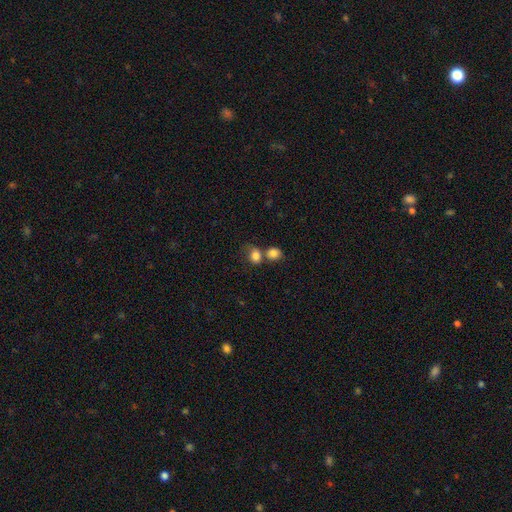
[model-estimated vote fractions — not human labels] Smooth or featured: smooth — 82% (star or artifact — 10%)
How rounded: round — 58% (in between — 41%)
Merging: merger — 46% (none — 37%)